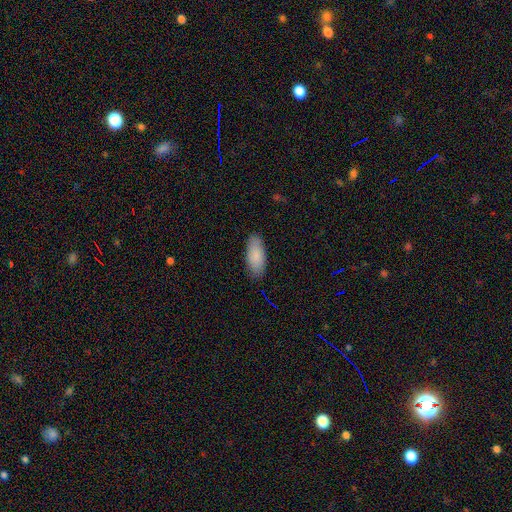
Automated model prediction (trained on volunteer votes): smooth 87%, featured or disk 7%, star or artifact 6%. Down the decision tree: how rounded — in between (83%); merging — none (86%).